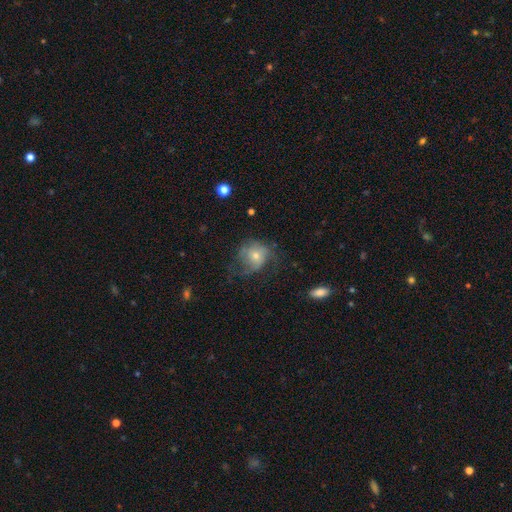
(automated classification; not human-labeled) Overall: smooth (47%; featured or disk 44%). Merging: none (39%; major disturbance 34%).